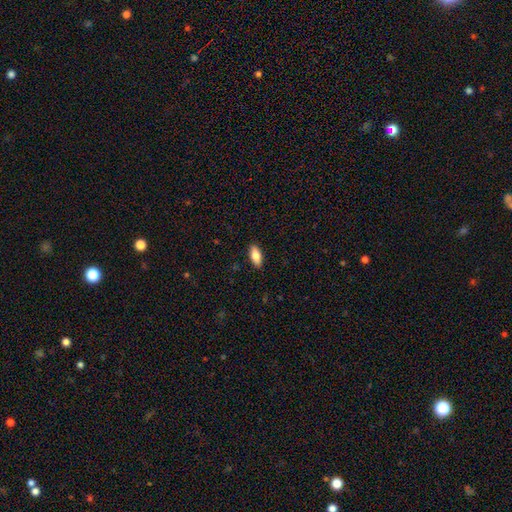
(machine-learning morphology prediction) A smooth galaxy with no disk features (80%) that is in between round and cigar-shaped (82%). Merging: none (89%).